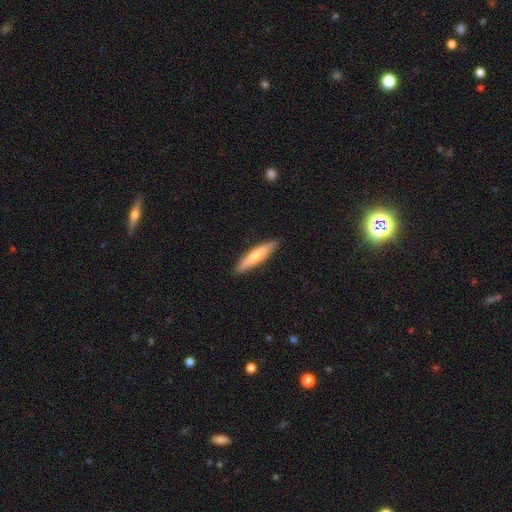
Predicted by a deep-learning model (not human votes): This is likely a smooth galaxy (66%). How rounded: clearly cigar-shaped (85%). Merging: clearly none (90%).